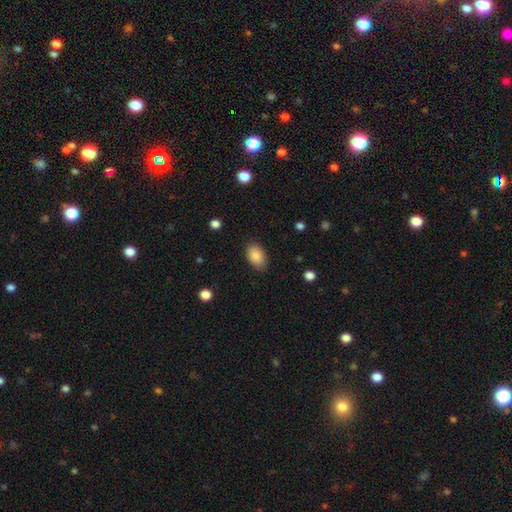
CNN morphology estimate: A smooth galaxy with no disk features (87%) that is in between round and cigar-shaped (90%).

Vote fractions:
- Smooth or featured? smooth: 87% / star or artifact: 7% / featured or disk: 6%
- How rounded? in between: 90% / round: 9% / cigar-shaped: 1%
- Merging? none: 84% / minor disturbance: 12% / major disturbance: 3% / merger: 1%